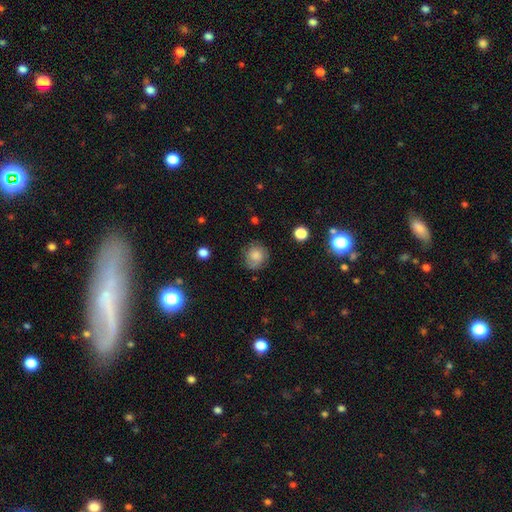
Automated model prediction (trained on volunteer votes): The model was most divided on "merging": none: 74%, minor disturbance: 19%, major disturbance: 6%, merger: 1%. More confident: how rounded — round (85%); smooth or featured — smooth (73%).